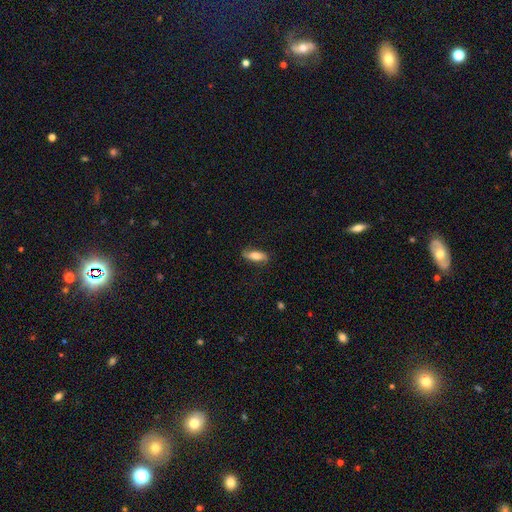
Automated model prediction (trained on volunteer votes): A smooth galaxy with no disk features (61%) that is in between round and cigar-shaped (64%). Merging: none (77%).